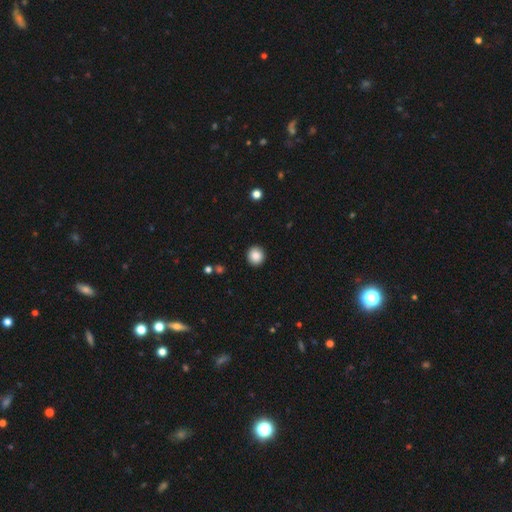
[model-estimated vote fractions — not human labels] A smooth galaxy with no disk features (87%) that is round (91%).

Vote fractions:
- Smooth or featured? smooth: 87% / star or artifact: 9% / featured or disk: 4%
- How rounded? round: 91% / in between: 8% / cigar-shaped: 1%
- Merging? none: 93% / minor disturbance: 5% / major disturbance: 2% / merger: 1%